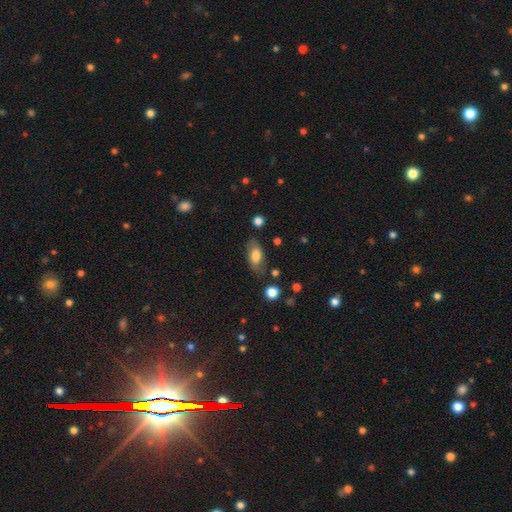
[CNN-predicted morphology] A smooth galaxy with no disk features (76%) that is in between round and cigar-shaped (88%). Merging: none (74%).